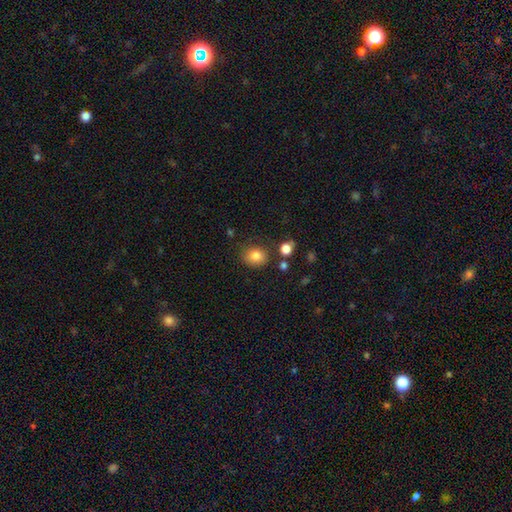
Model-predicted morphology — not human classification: Overall: smooth (83%). How rounded: round (65%; in between 34%). Merging: none (77%).